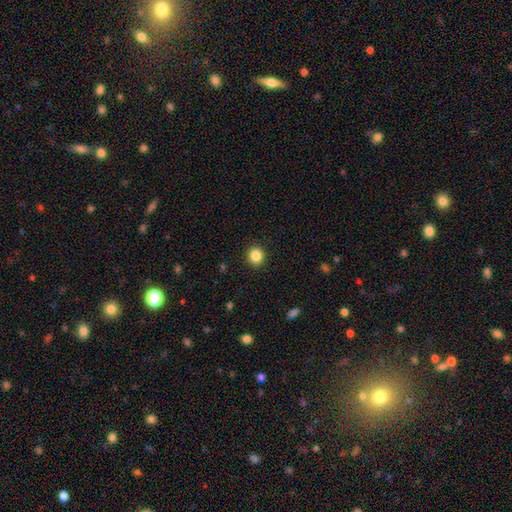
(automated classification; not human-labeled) The model was most divided on "how rounded": round: 87%, in between: 13%, cigar-shaped: 1%. More confident: merging — none (91%); smooth or featured — smooth (85%).